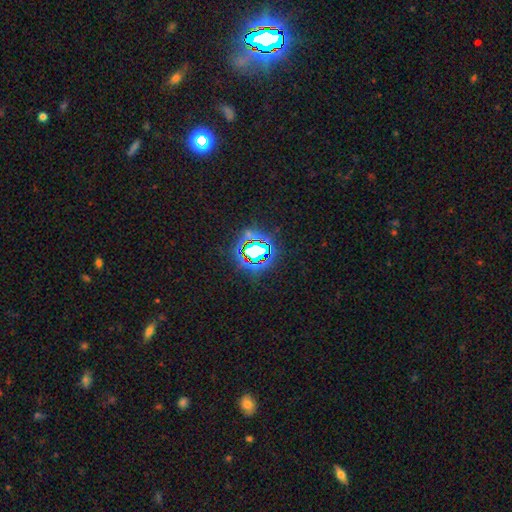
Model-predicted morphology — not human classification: Smooth or featured? star or artifact (73%)